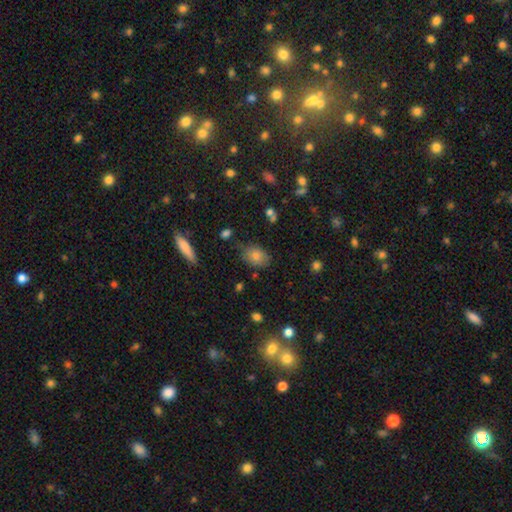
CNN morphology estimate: Smooth or featured: smooth — 75% (star or artifact — 13%)
How rounded: in between — 73% (round — 25%)
Merging: none — 77% (minor disturbance — 16%)